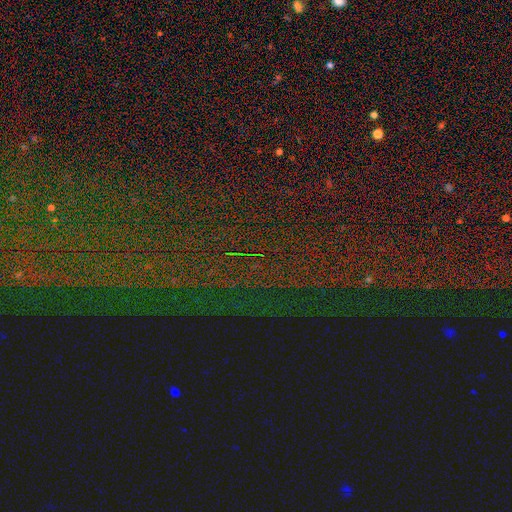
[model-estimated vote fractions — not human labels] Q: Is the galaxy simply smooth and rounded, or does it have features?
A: star or artifact — 86%.